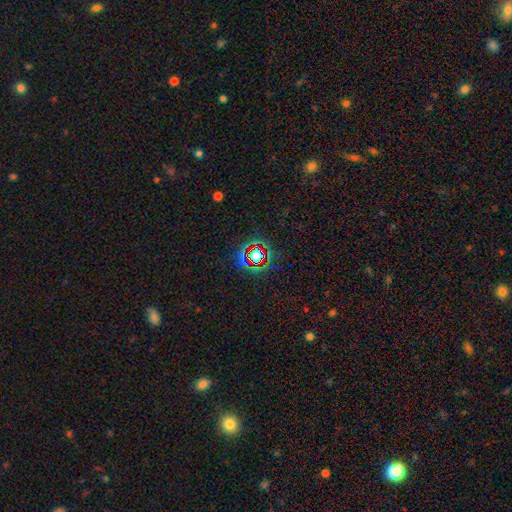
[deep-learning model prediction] star or artifact 72%, smooth 17%, featured or disk 11%.